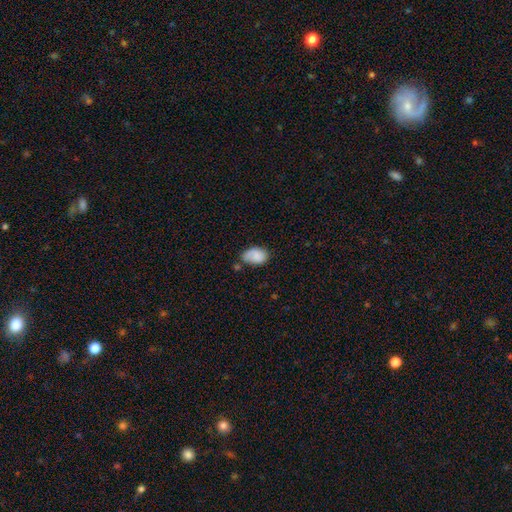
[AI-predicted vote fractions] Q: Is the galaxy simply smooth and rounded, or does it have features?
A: smooth — 80%.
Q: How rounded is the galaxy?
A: in between — 86%.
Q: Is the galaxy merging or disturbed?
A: none — 51%.